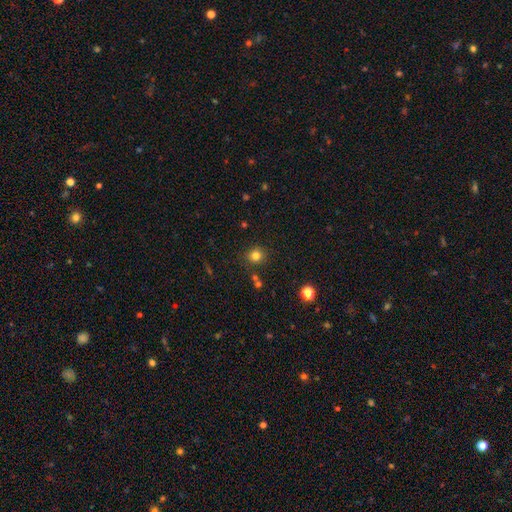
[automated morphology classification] This is clearly a smooth galaxy (80%). How rounded: clearly round (89%). Merging: clearly none (86%).